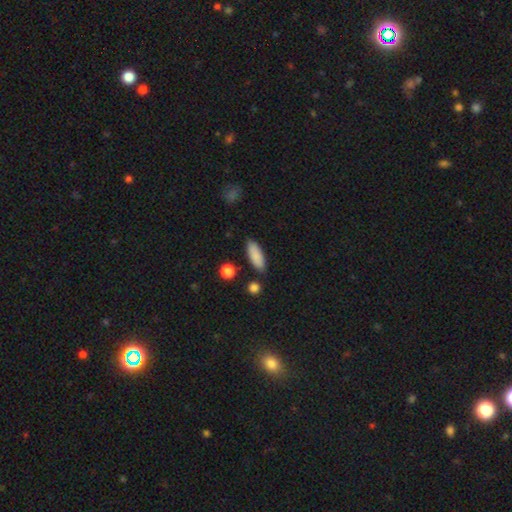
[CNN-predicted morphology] smooth-or-featured: smooth: 87% | star or artifact: 7% | featured or disk: 6%
  how-rounded: in between: 68% | cigar-shaped: 29% | round: 2%
  merging: none: 84% | minor disturbance: 10% | merger: 3% | major disturbance: 2%